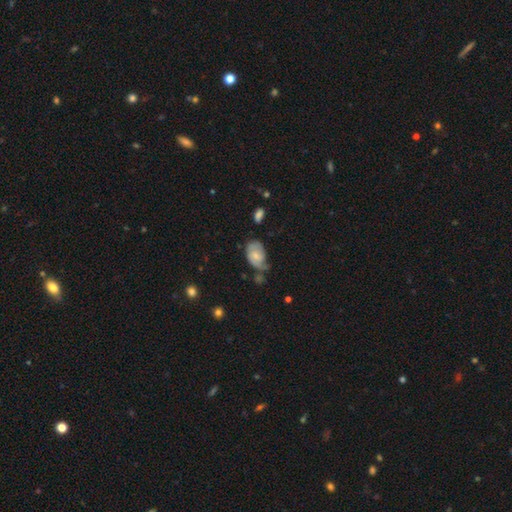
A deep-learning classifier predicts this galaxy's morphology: Overall: smooth (50%; featured or disk 42%). How rounded: in between (86%). Merging: none (36%; minor disturbance 35%).